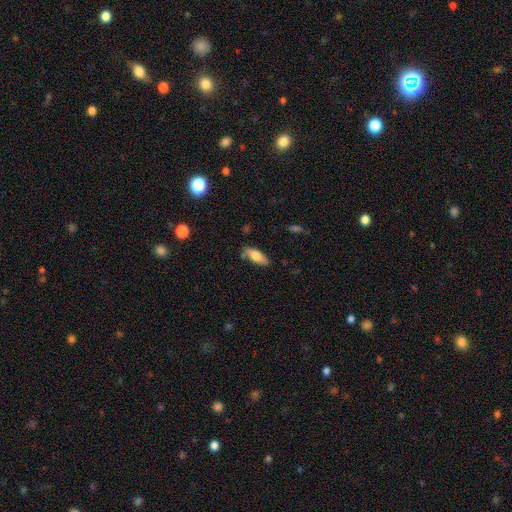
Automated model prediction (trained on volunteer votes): Smooth or featured?
  - smooth: 72% *
  - featured or disk: 22%
  - star or artifact: 7%
How rounded?
  - in between: 72% *
  - cigar-shaped: 26%
  - round: 2%
Merging?
  - none: 73% *
  - minor disturbance: 20%
  - major disturbance: 4%
  - merger: 3%